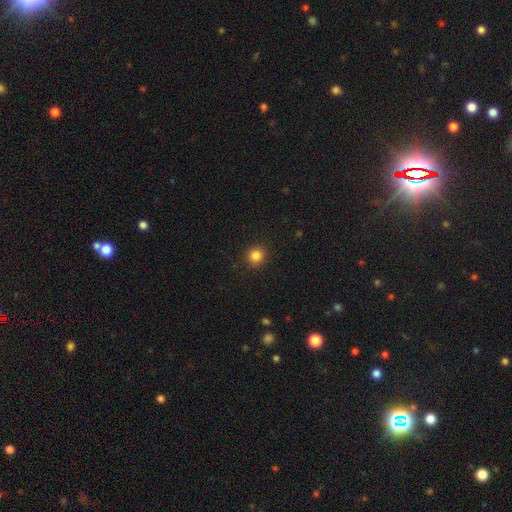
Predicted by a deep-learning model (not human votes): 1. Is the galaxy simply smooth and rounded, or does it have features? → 84% smooth, 12% star or artifact, 4% featured or disk.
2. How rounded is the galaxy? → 89% round, 10% in between, 1% cigar-shaped.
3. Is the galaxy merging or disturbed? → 90% none, 7% minor disturbance, 2% major disturbance, 1% merger.